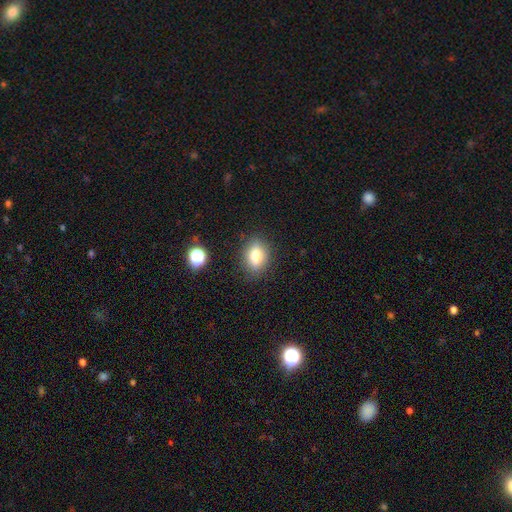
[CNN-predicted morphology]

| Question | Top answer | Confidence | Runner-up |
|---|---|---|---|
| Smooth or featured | smooth | 78% | featured or disk (11%) |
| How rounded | in between | 76% | round (21%) |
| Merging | none | 83% | minor disturbance (12%) |